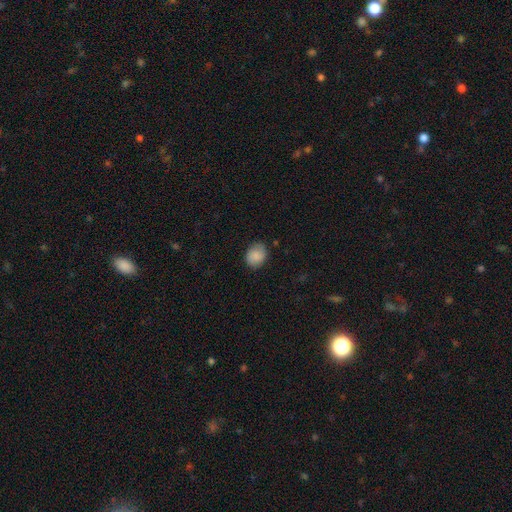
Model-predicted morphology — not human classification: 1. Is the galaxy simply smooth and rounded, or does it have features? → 86% smooth, 8% star or artifact, 6% featured or disk.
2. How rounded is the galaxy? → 54% round, 45% in between, 1% cigar-shaped.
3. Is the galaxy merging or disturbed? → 81% none, 14% minor disturbance, 3% major disturbance, 1% merger.